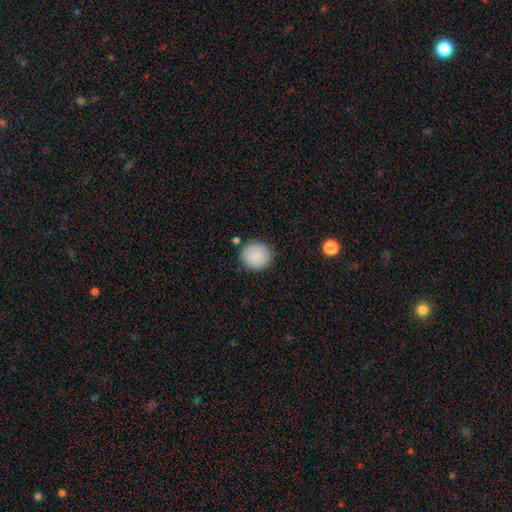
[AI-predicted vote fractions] Smooth or featured?
  - smooth: 88% *
  - star or artifact: 7%
  - featured or disk: 5%
How rounded?
  - round: 92% *
  - in between: 7%
  - cigar-shaped: 1%
Merging?
  - none: 85% *
  - minor disturbance: 10%
  - merger: 3%
  - major disturbance: 3%